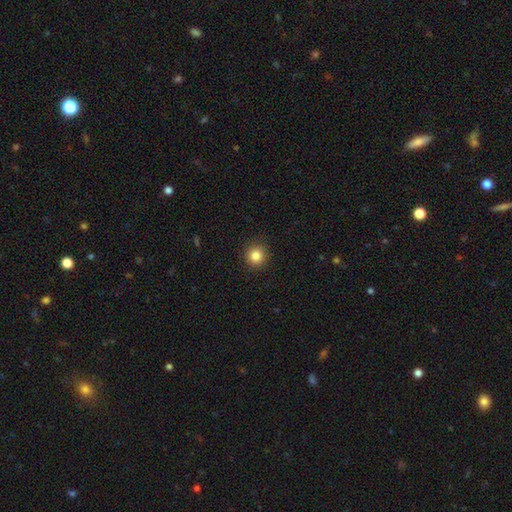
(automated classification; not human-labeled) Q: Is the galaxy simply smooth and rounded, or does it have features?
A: smooth — 84%.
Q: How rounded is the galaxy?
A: round — 93%.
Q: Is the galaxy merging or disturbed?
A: none — 92%.